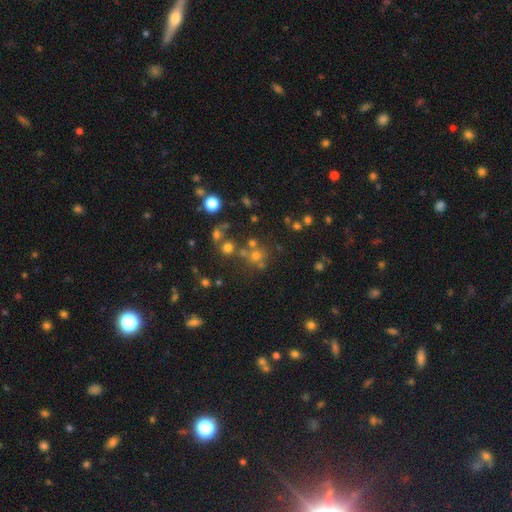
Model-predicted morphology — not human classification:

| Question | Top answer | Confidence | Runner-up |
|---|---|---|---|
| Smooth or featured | smooth | 55% | star or artifact (32%) |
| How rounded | round | 87% | in between (12%) |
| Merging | none | 61% | merger (24%) |